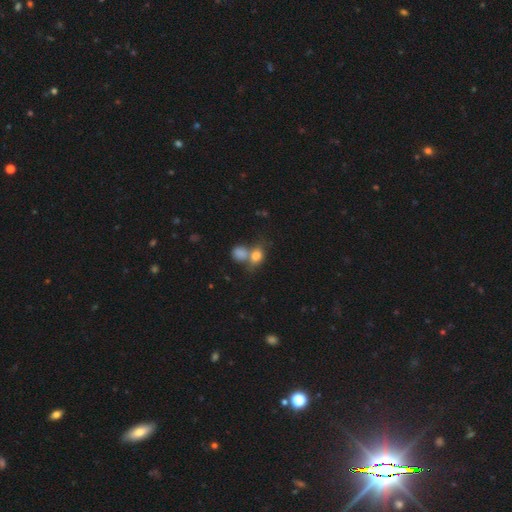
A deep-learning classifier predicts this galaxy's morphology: smooth_or_featured: smooth (p=0.78) [alt: featured or disk p=0.11]
how_rounded: in between (p=0.61) [alt: round p=0.37]
merging: merger (p=0.47) [alt: none p=0.35]